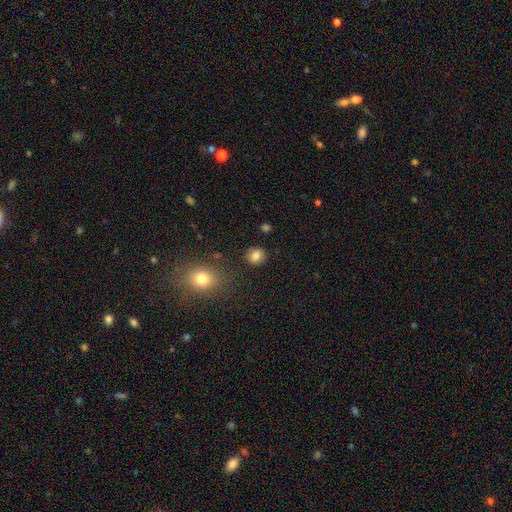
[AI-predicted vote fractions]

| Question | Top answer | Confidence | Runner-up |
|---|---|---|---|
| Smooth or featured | smooth | 82% | star or artifact (11%) |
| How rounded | round | 73% | in between (26%) |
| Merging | none | 86% | minor disturbance (9%) |